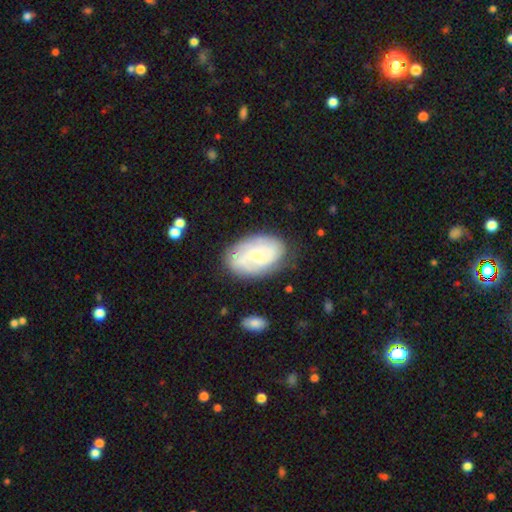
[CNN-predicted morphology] smooth_or_featured: featured or disk (p=0.67) [alt: smooth p=0.27]
disk_edge_on: no (p=0.97) [alt: yes p=0.03]
bar: no (p=0.56) [alt: weak p=0.38]
has_spiral_arms: yes (p=0.88) [alt: no p=0.12]
spiral_winding: tight (p=0.48) [alt: medium p=0.38]
spiral_arm_count: 2 (p=0.45) [alt: can't tell p=0.33]
bulge_size: small (p=0.61) [alt: moderate p=0.30]
merging: none (p=0.73) [alt: minor disturbance p=0.18]